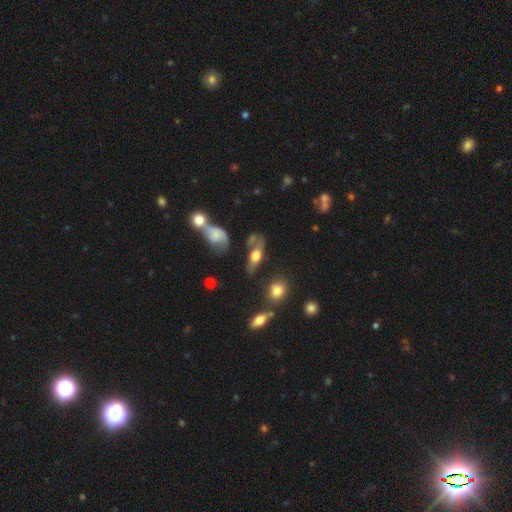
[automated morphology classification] Smooth or featured?
  - smooth: 49% *
  - featured or disk: 42%
  - star or artifact: 9%
Merging?
  - none: 43% *
  - minor disturbance: 23%
  - major disturbance: 17%
  - merger: 17%